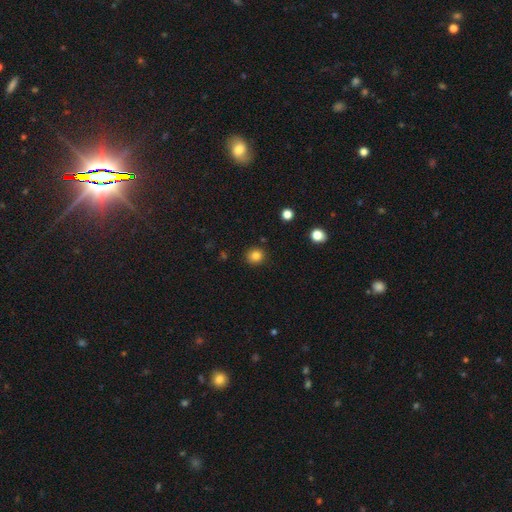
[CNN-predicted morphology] The model was most divided on "smooth or featured": smooth: 83%, star or artifact: 12%, featured or disk: 5%. More confident: merging — none (88%); how rounded — round (87%).